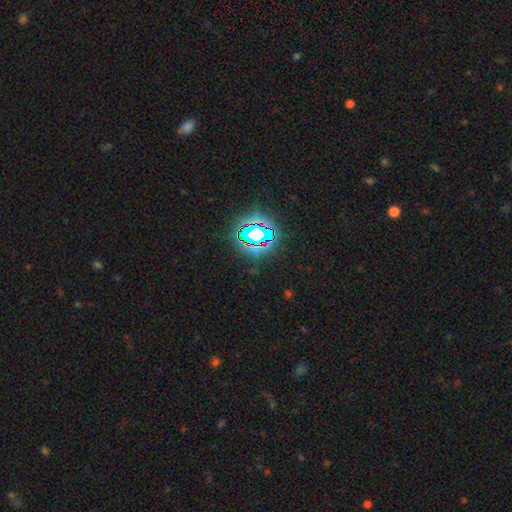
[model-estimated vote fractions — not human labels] smooth_or_featured: star or artifact (p=0.76) [alt: smooth p=0.15]